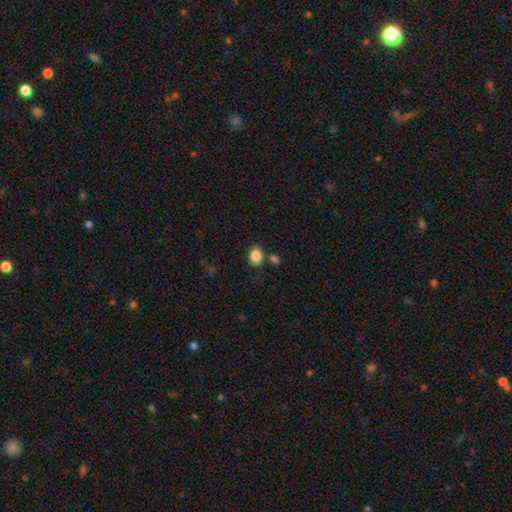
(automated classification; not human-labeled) The model was most divided on "how rounded": in between: 71%, round: 28%, cigar-shaped: 1%. More confident: smooth or featured — smooth (87%); merging — none (76%).